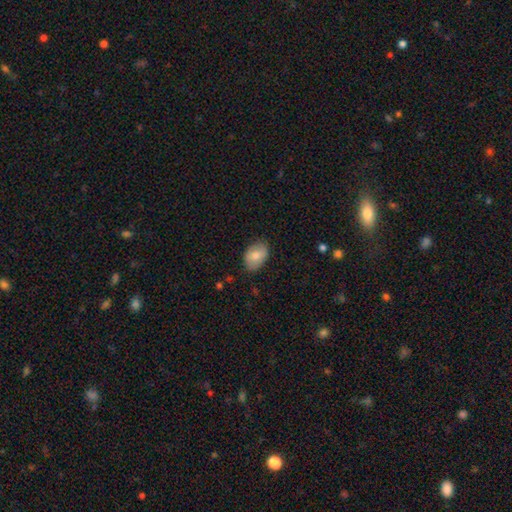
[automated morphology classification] smooth-or-featured: smooth: 75% | featured or disk: 18% | star or artifact: 7%
  how-rounded: in between: 83% | round: 15% | cigar-shaped: 1%
  merging: none: 78% | minor disturbance: 18% | major disturbance: 3% | merger: 1%